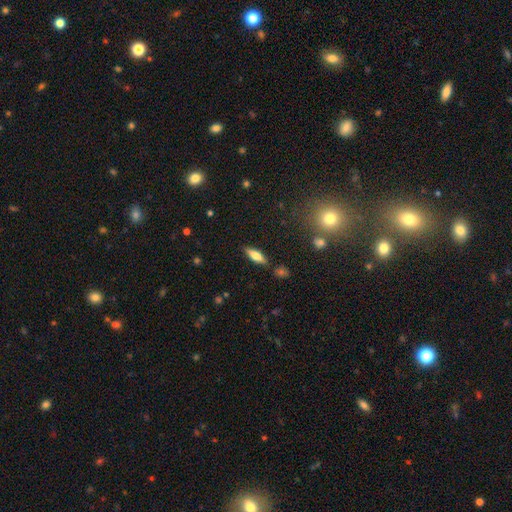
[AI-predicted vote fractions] Overall: smooth (61%; featured or disk 32%). How rounded: in between (56%; cigar-shaped 41%). Merging: none (84%).